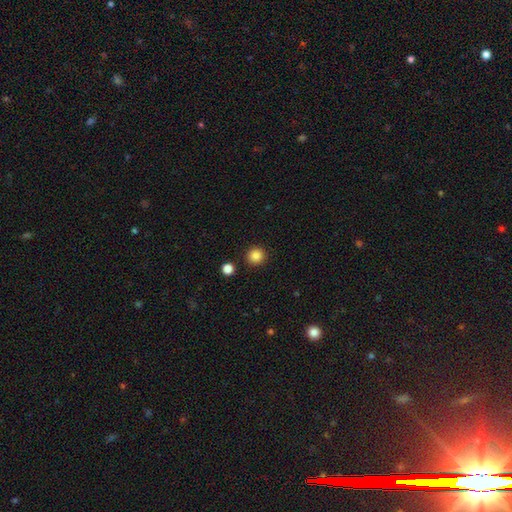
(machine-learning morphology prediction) smooth-or-featured: smooth: 86% | star or artifact: 10% | featured or disk: 3%
  how-rounded: round: 94% | in between: 5% | cigar-shaped: 1%
  merging: none: 91% | minor disturbance: 5% | merger: 2% | major disturbance: 2%